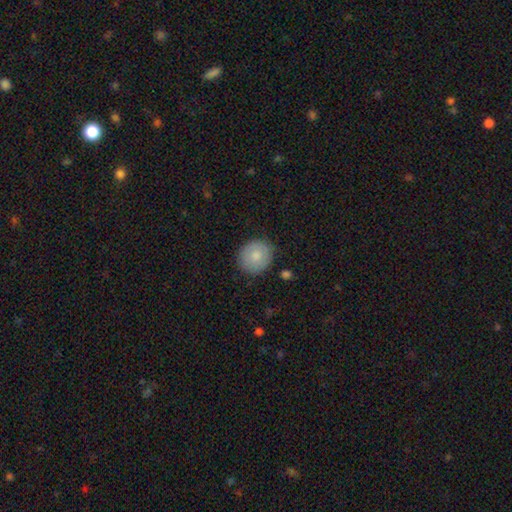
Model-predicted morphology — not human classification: A smooth galaxy with no disk features (80%) that is round (83%). Merging: none (85%).